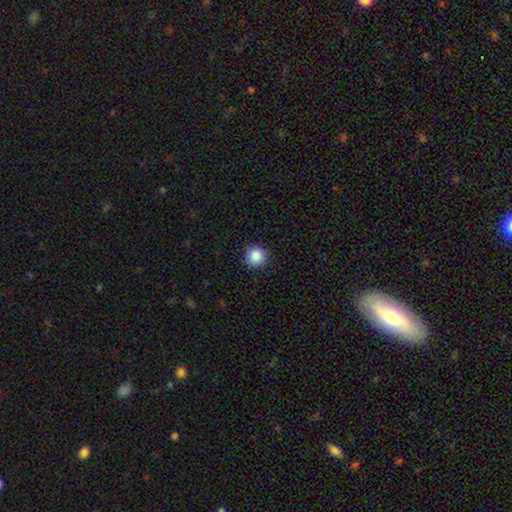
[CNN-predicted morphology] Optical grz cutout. It shows a smooth galaxy with no disk features (86%) that is round (93%). Merging: none (89%).